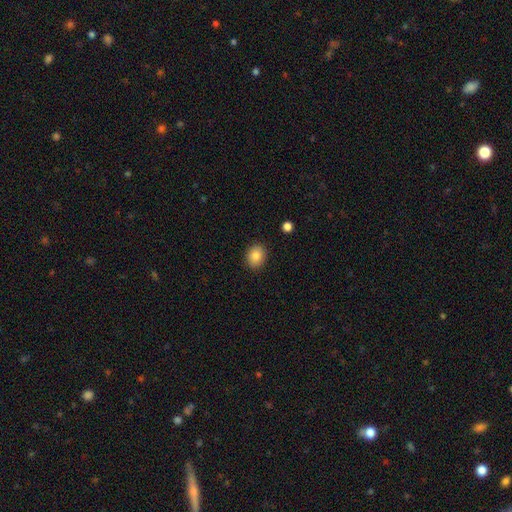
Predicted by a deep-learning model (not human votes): smooth 85%, star or artifact 9%, featured or disk 6%. Down the decision tree: how rounded — round (57%); merging — none (89%).